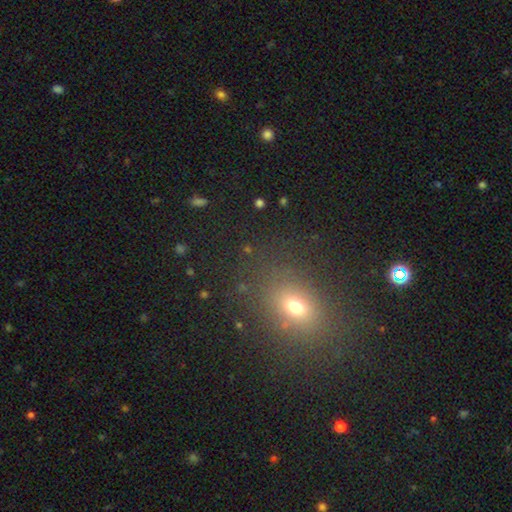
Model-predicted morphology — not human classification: Overall: smooth (60%; star or artifact 31%). How rounded: in between (54%; round 44%). Merging: none (87%).